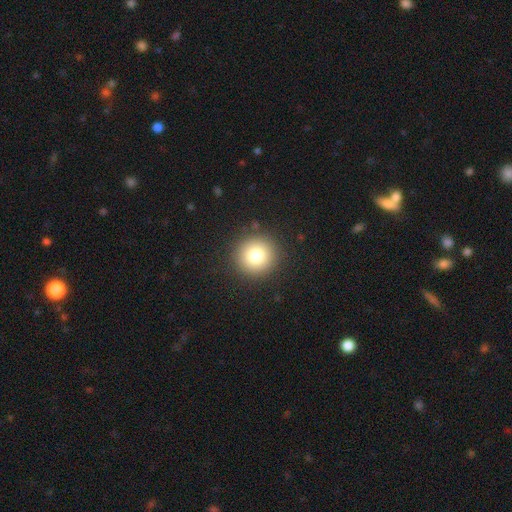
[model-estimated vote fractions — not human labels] Morphology: type=smooth (80%); roundness=round (94%); merging=none (91%).